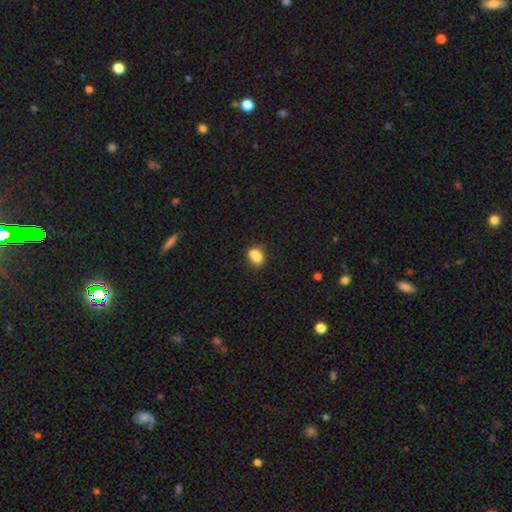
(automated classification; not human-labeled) Smooth or featured? Predicted: smooth (p=0.80). How rounded? Predicted: in between (p=0.66). Merging? Predicted: none (p=0.51).